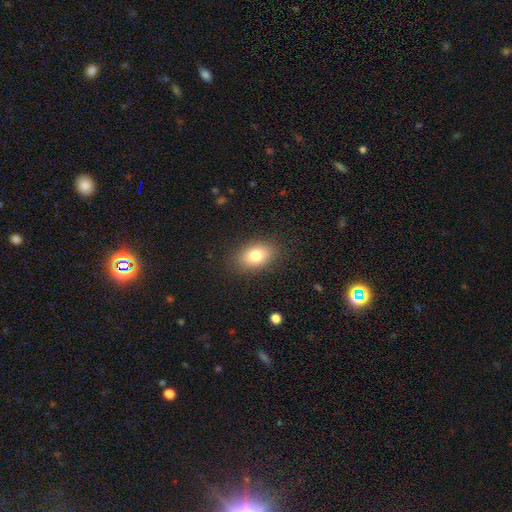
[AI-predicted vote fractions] smooth_or_featured: smooth (p=0.81) [alt: featured or disk p=0.10]
how_rounded: in between (p=0.84) [alt: round p=0.15]
merging: none (p=0.86) [alt: minor disturbance p=0.10]